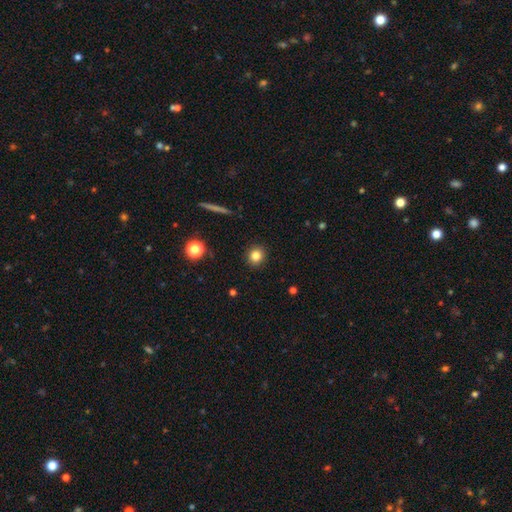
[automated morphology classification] A smooth galaxy with no disk features (82%) that is round (89%).

Vote fractions:
- Smooth or featured? smooth: 82% / star or artifact: 12% / featured or disk: 6%
- How rounded? round: 89% / in between: 10% / cigar-shaped: 1%
- Merging? none: 92% / minor disturbance: 6% / major disturbance: 2% / merger: 1%